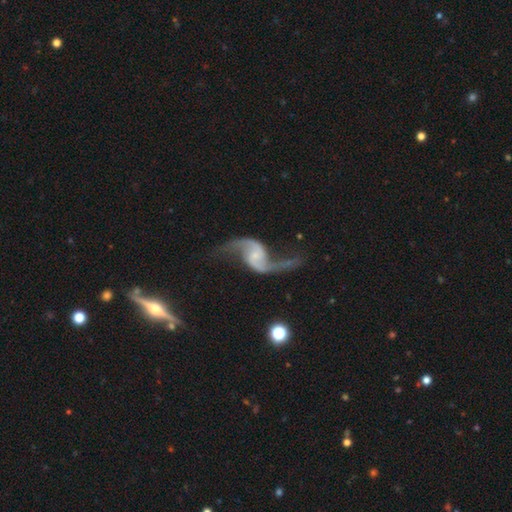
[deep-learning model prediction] Smooth or featured? Predicted: featured or disk (p=0.91). Edge-on disk? Predicted: no (p=0.97). Bar? Predicted: no (p=0.52). Spiral arms? Predicted: yes (p=0.97). Spiral winding? Predicted: loose (p=0.86). Spiral arm count? Predicted: 2 (p=0.94). Bulge size? Predicted: small (p=0.64). Merging? Predicted: none (p=0.68).